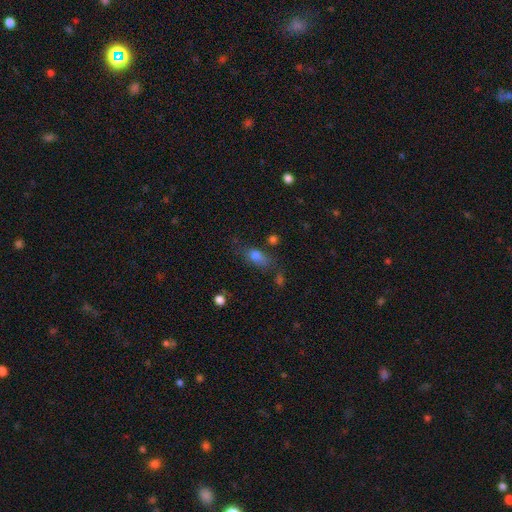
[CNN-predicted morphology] A smooth galaxy with no disk features (74%) that is in between round and cigar-shaped (76%).

Vote fractions:
- Smooth or featured? smooth: 74% / featured or disk: 14% / star or artifact: 12%
- How rounded? in between: 76% / cigar-shaped: 14% / round: 10%
- Merging? none: 56% / minor disturbance: 24% / major disturbance: 12% / merger: 8%